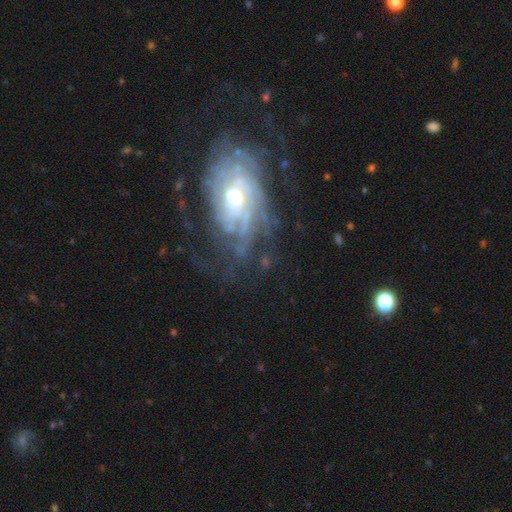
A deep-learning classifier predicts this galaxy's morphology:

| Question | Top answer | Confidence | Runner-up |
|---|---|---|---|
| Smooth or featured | featured or disk | 82% | star or artifact (10%) |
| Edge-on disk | no | 95% | yes (5%) |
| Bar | no | 58% | weak (29%) |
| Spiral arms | yes | 93% | no (7%) |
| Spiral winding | tight | 69% | medium (23%) |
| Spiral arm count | can't tell | 43% | 3 (13%) |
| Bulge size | small | 49% | moderate (45%) |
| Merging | none | 69% | minor disturbance (17%) |